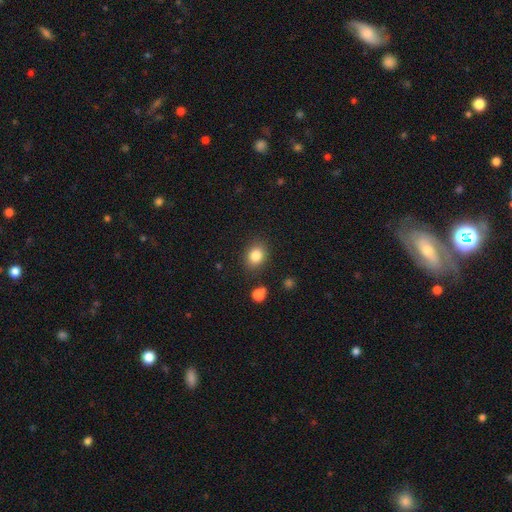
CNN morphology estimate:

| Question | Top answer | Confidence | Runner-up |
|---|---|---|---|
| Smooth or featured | smooth | 84% | star or artifact (10%) |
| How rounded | round | 53% | in between (46%) |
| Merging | none | 84% | minor disturbance (10%) |